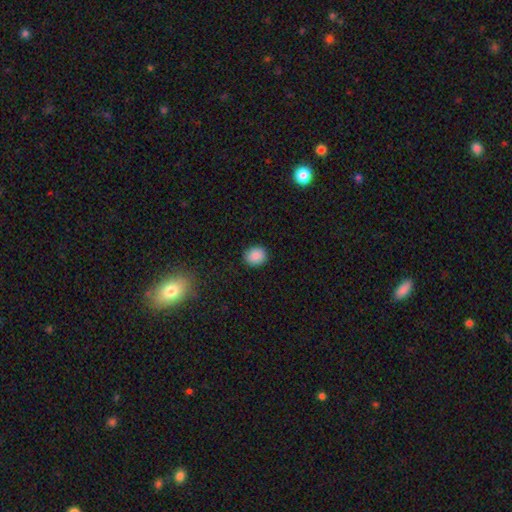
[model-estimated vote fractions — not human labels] Smooth or featured: smooth — 88% (star or artifact — 9%)
How rounded: round — 78% (in between — 21%)
Merging: none — 90% (minor disturbance — 7%)